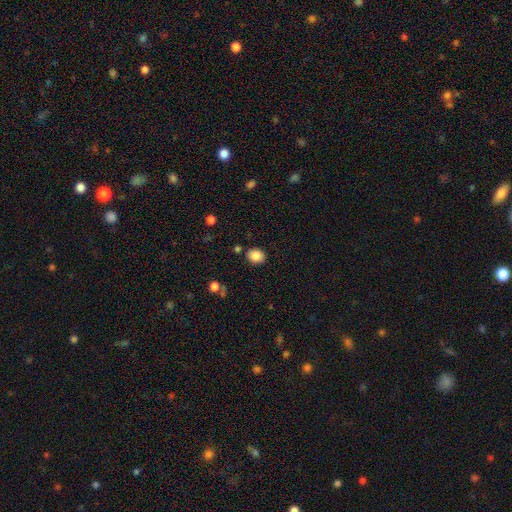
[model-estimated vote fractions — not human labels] Overall: smooth (87%). How rounded: round (53%; in between 47%). Merging: none (84%).